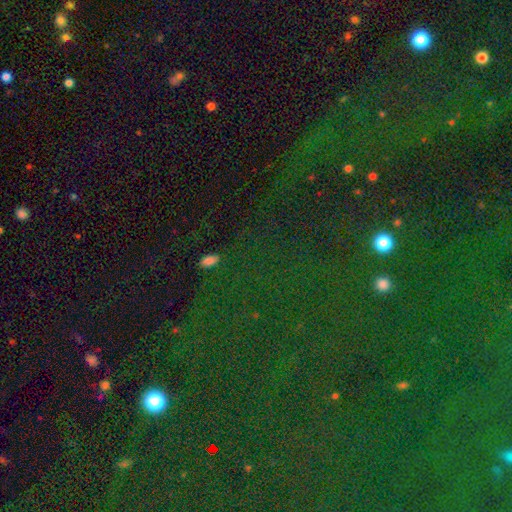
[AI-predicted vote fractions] A star or artifact, not a galaxy (82%).